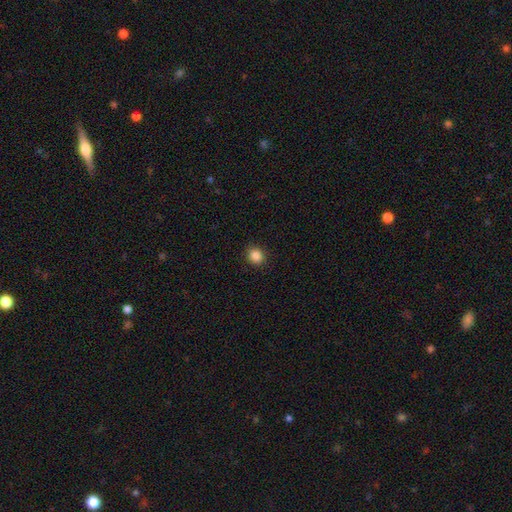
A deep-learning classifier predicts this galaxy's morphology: smooth 86%, star or artifact 10%, featured or disk 3%. Down the decision tree: how rounded — round (79%); merging — none (91%).